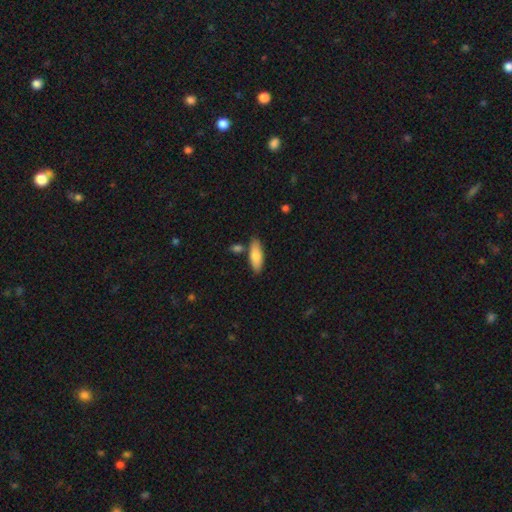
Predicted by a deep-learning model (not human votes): This appears to be a smooth galaxy with no disk features (81%) that is in between round and cigar-shaped (67%). Merging: none (78%).